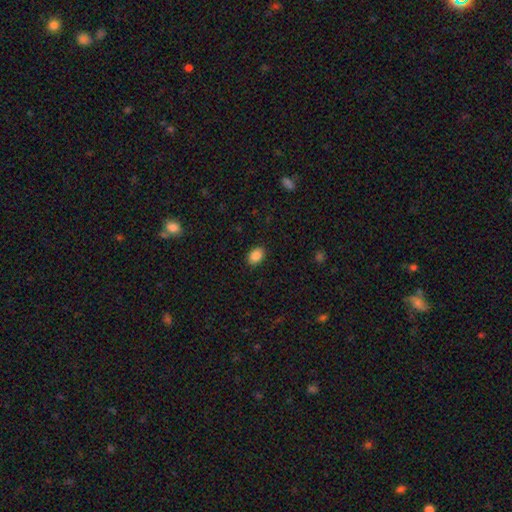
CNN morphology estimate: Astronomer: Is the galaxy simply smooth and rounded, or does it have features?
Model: smooth — 88%.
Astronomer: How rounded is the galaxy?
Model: in between — 78%.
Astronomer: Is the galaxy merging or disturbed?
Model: none — 89%.